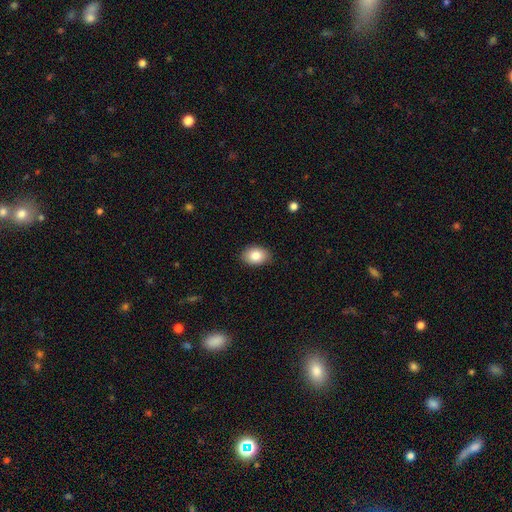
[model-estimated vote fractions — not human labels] Smooth or featured?
  - smooth: 84% *
  - featured or disk: 8%
  - star or artifact: 8%
How rounded?
  - in between: 77% *
  - round: 22%
  - cigar-shaped: 1%
Merging?
  - none: 88% *
  - minor disturbance: 9%
  - major disturbance: 2%
  - merger: 1%